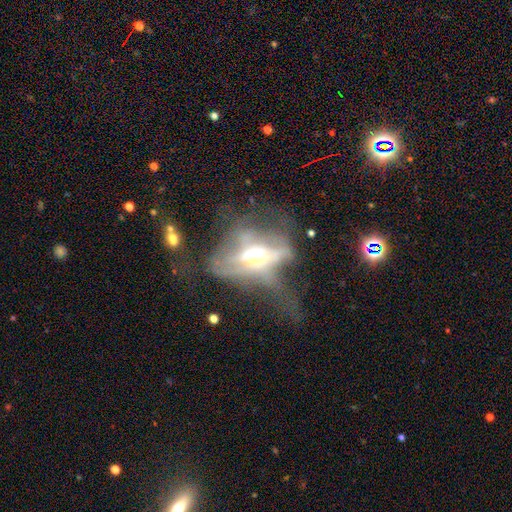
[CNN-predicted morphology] A featured or disk galaxy (65%).

Vote fractions:
- Smooth or featured? featured or disk: 65% / smooth: 24% / star or artifact: 11%
- Edge-on disk? no: 74% / yes: 26%
- Merging? major disturbance: 54% / none: 22% / minor disturbance: 16% / merger: 8%